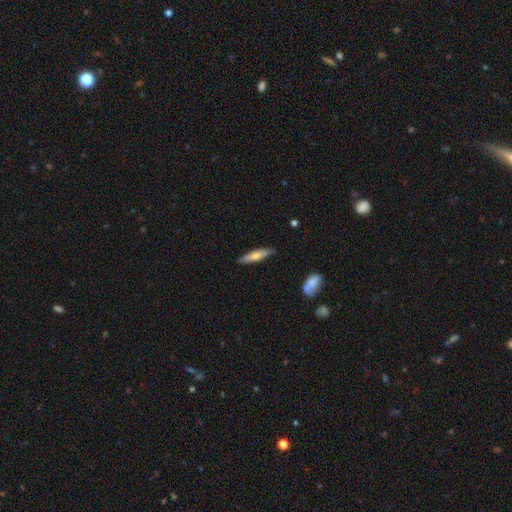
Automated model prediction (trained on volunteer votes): Smooth or featured? smooth (63%)
How rounded? cigar-shaped (80%)
Merging? none (85%)